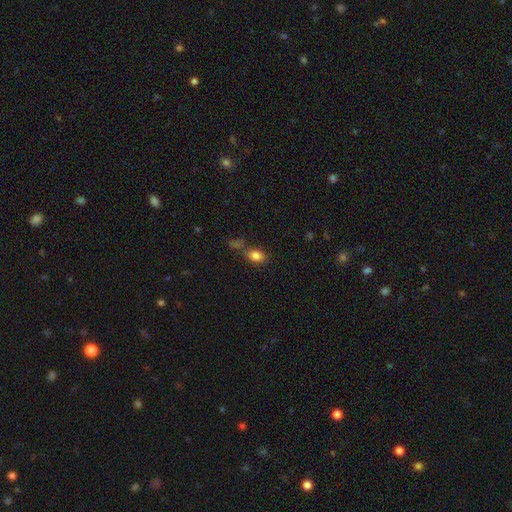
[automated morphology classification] A smooth galaxy with no disk features (83%) that is in between round and cigar-shaped (76%).

Vote fractions:
- Smooth or featured? smooth: 83% / star or artifact: 11% / featured or disk: 6%
- How rounded? in between: 76% / round: 22% / cigar-shaped: 2%
- Merging? none: 65% / merger: 17% / minor disturbance: 13% / major disturbance: 5%